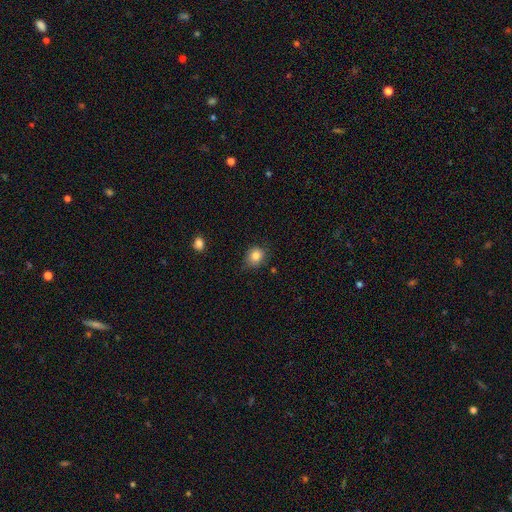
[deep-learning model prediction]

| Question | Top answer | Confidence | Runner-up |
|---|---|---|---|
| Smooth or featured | smooth | 83% | star or artifact (10%) |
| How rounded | round | 72% | in between (27%) |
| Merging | none | 75% | minor disturbance (20%) |